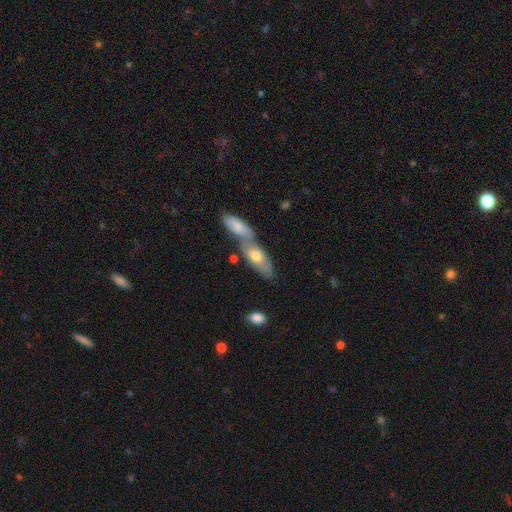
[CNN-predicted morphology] type=smooth (60%); roundness=in between (68%); merging=merger (54%).